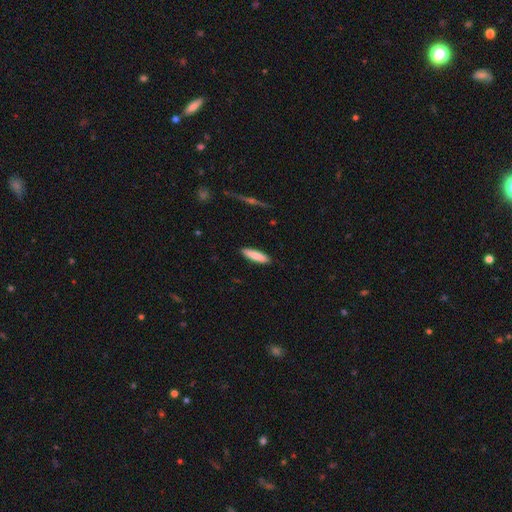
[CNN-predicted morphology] Smooth or featured? smooth (81%)
How rounded? cigar-shaped (69%)
Merging? none (89%)